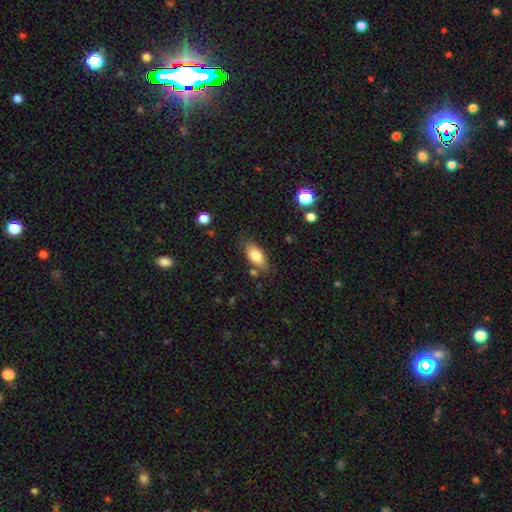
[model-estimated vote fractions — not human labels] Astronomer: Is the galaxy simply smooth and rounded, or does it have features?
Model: smooth — 79%.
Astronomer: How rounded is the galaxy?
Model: in between — 86%.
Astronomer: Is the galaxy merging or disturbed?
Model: none — 76%.